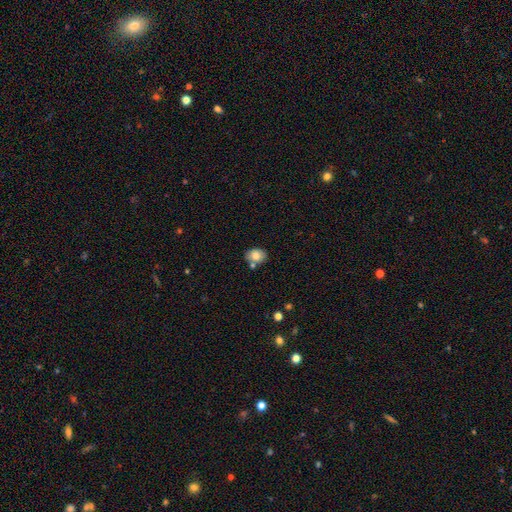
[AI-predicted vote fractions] smooth_or_featured: smooth (p=0.81) [alt: featured or disk p=0.10]
how_rounded: in between (p=0.62) [alt: round p=0.37]
merging: none (p=0.69) [alt: minor disturbance p=0.14]